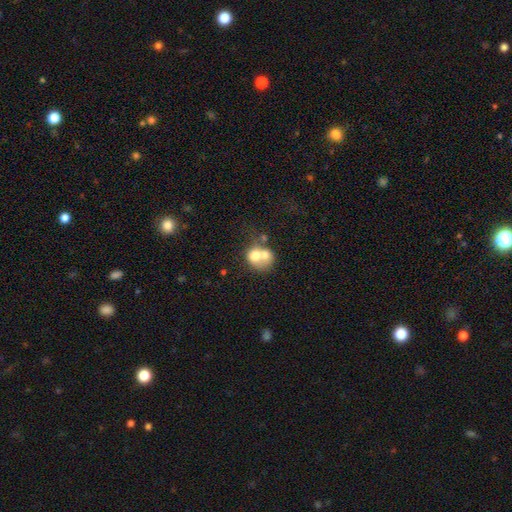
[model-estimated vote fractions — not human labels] Smooth or featured? smooth (64%)
How rounded? round (68%)
Merging? merger (67%)